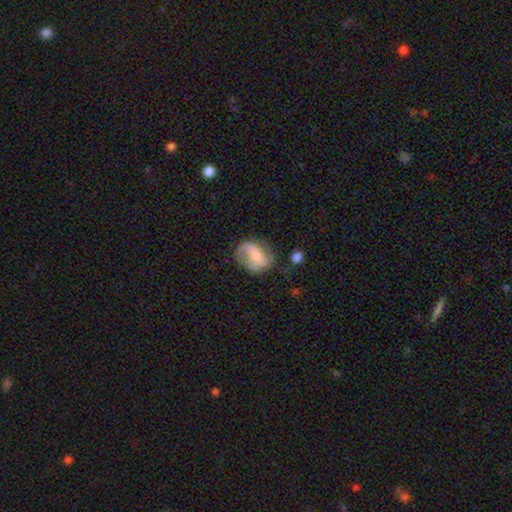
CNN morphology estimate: Smooth or featured? featured or disk (58%)
Edge-on disk? no (97%)
Bar? no (42%)
Spiral arms? yes (82%)
Bulge size? small (39%)
Merging? none (53%)